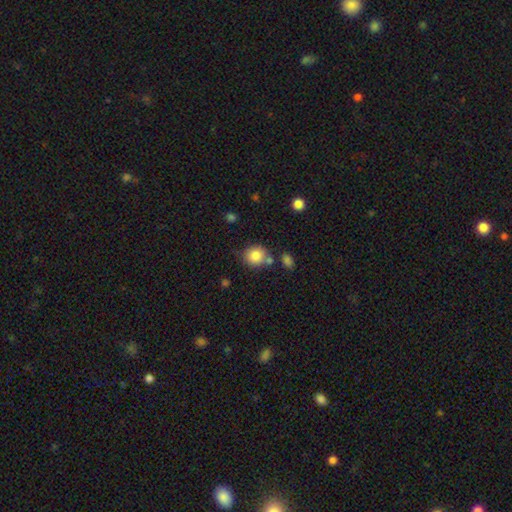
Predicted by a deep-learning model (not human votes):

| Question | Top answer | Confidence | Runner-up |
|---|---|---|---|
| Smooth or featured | smooth | 85% | star or artifact (9%) |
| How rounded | round | 82% | in between (17%) |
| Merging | none | 69% | merger (14%) |